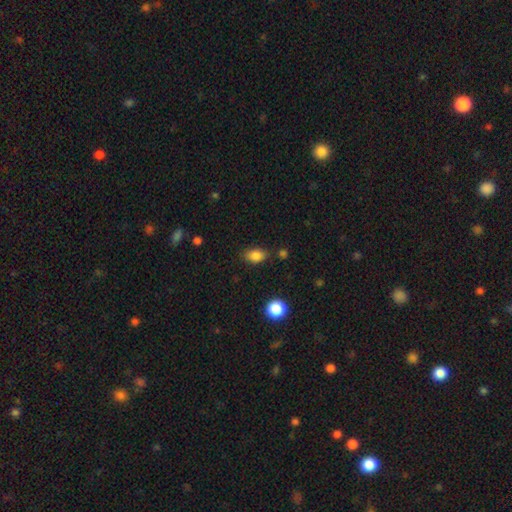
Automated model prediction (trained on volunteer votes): smooth_or_featured: smooth (p=0.84) [alt: star or artifact p=0.10]
how_rounded: in between (p=0.82) [alt: round p=0.15]
merging: none (p=0.78) [alt: minor disturbance p=0.15]